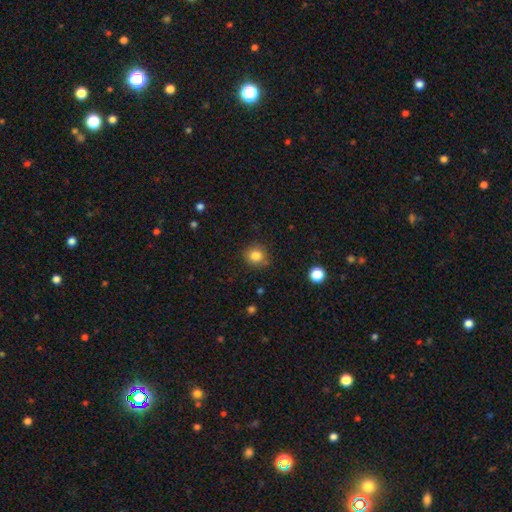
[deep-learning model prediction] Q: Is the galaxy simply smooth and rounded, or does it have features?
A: smooth — 83%.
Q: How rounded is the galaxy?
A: round — 88%.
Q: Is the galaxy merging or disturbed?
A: none — 85%.